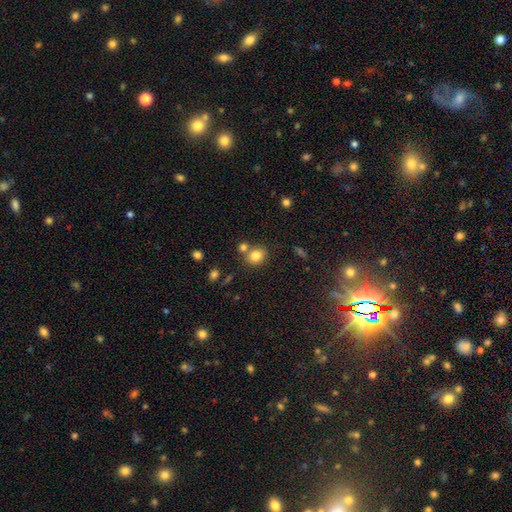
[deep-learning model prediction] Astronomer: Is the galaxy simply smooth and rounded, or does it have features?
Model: smooth — 81%.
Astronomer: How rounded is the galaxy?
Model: round — 62%.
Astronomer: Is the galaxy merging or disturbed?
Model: none — 63%.